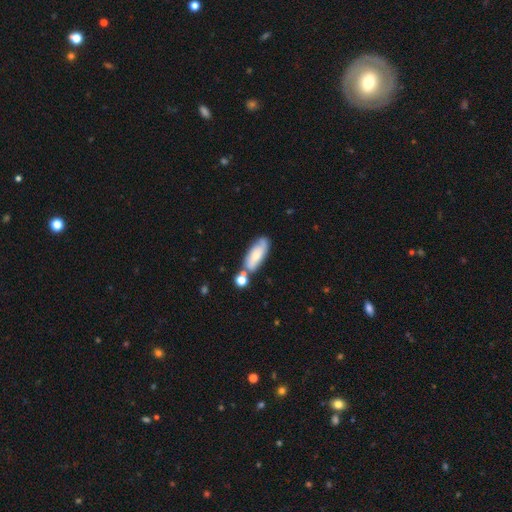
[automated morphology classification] Overall: smooth (63%; featured or disk 29%). How rounded: in between (68%; cigar-shaped 29%). Merging: none (63%).